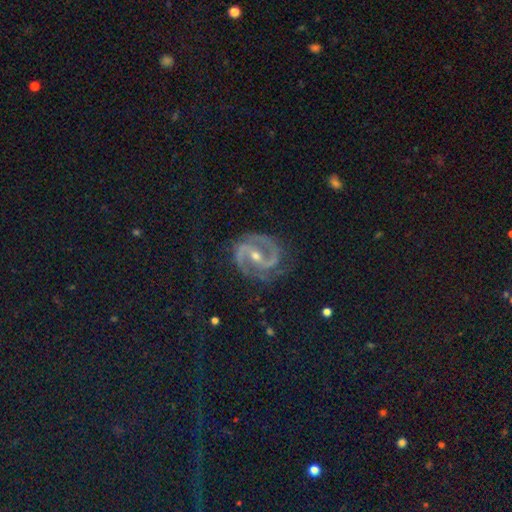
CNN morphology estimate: Smooth or featured? featured or disk (88%)
Edge-on disk? no (98%)
Bar? weak (39%)
Spiral arms? yes (97%)
Spiral winding? medium (58%)
Spiral arm count? 2 (93%)
Bulge size? moderate (54%)
Merging? none (80%)